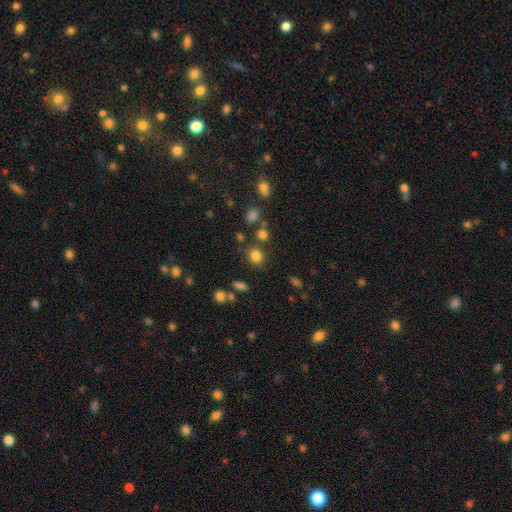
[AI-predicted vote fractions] Overall: smooth (81%). How rounded: round (71%). Merging: none (78%).